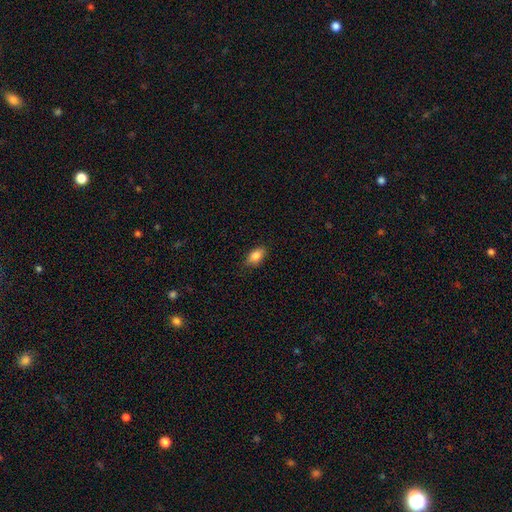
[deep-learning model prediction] Q: Smooth or featured?
A: smooth (85%); runner-up: star or artifact (8%)
Q: How rounded?
A: in between (88%); runner-up: round (8%)
Q: Merging?
A: none (83%); runner-up: minor disturbance (13%)